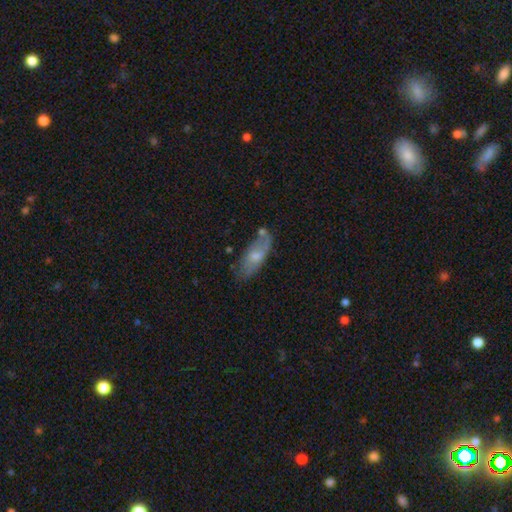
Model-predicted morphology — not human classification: This appears to be a smooth galaxy with no disk features (57%) that is in between round and cigar-shaped (75%). Merging: none (59%).